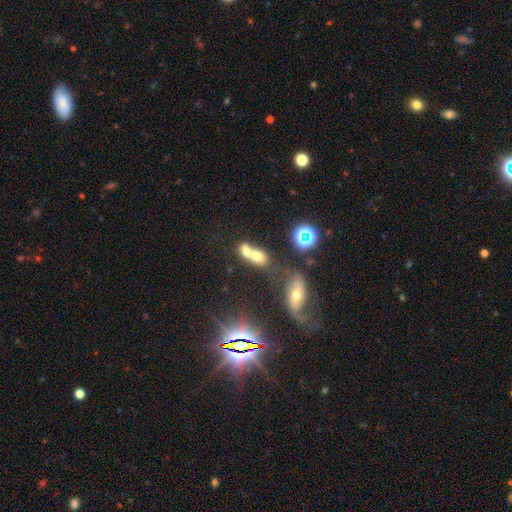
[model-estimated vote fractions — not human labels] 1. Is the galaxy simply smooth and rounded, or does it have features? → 62% smooth, 22% featured or disk, 16% star or artifact.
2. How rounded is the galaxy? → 68% in between, 27% round, 5% cigar-shaped.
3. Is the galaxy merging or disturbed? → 69% merger, 19% none, 7% minor disturbance, 5% major disturbance.